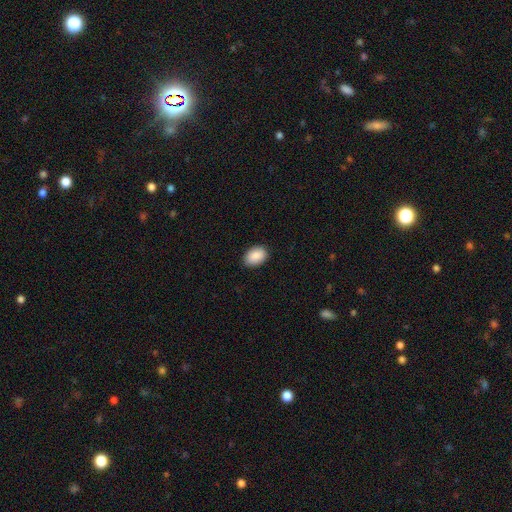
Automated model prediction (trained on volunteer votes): Morphology: type=smooth (90%); roundness=in between (87%); merging=none (89%).